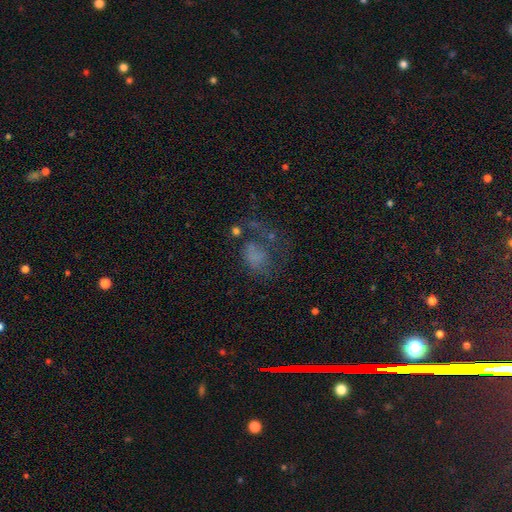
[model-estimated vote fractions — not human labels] Smooth or featured? smooth (46%)
Merging? major disturbance (47%)